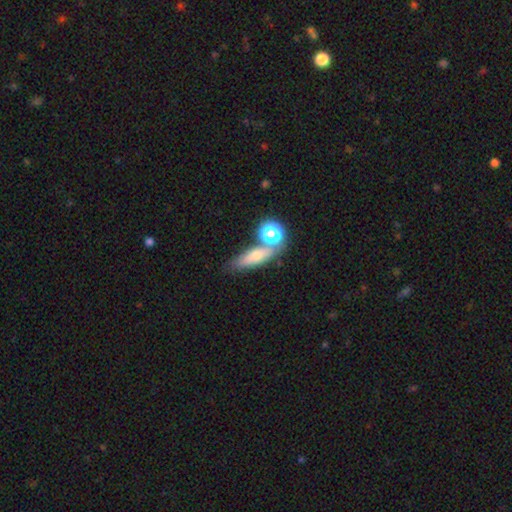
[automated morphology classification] A smooth galaxy with no disk features (62%) that is cigar-shaped (44%).

Vote fractions:
- Smooth or featured? smooth: 62% / featured or disk: 26% / star or artifact: 12%
- How rounded? cigar-shaped: 44% / in between: 38% / round: 17%
- Merging? none: 59% / merger: 23% / minor disturbance: 13% / major disturbance: 6%